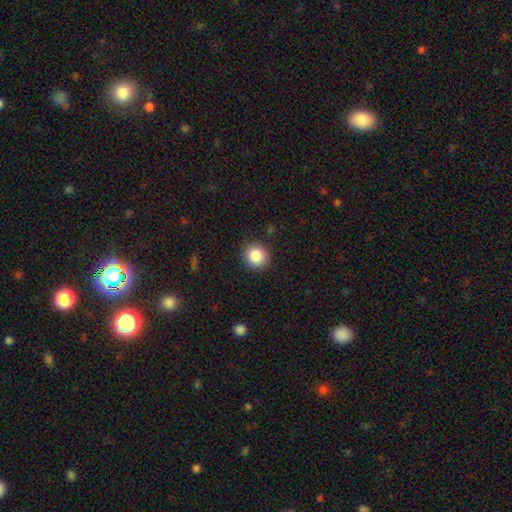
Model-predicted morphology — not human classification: smooth 86%, star or artifact 9%, featured or disk 5%. Down the decision tree: how rounded — round (91%); merging — none (91%).